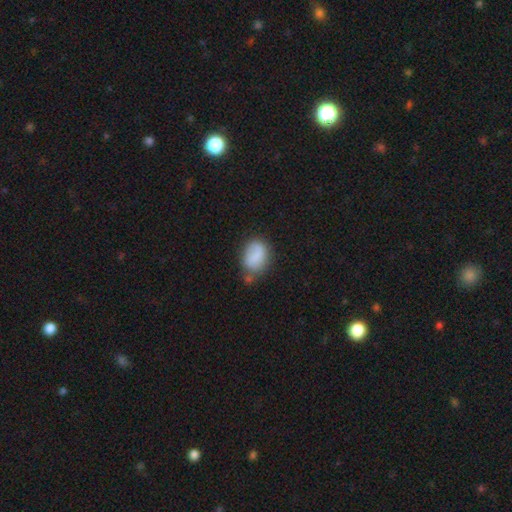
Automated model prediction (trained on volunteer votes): This is likely a smooth galaxy (78%). How rounded: likely in between (73%). Merging: possibly none (53%).